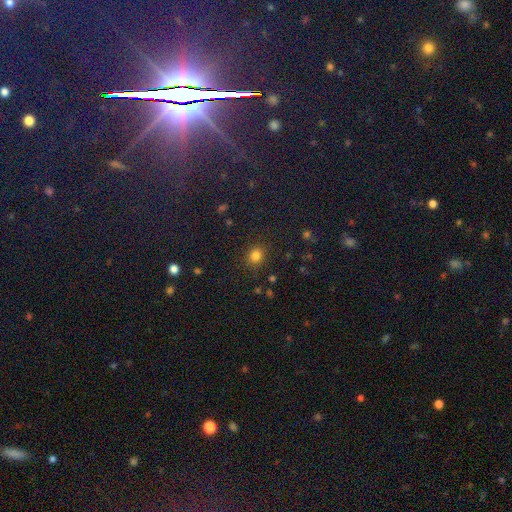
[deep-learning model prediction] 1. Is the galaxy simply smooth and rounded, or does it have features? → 80% smooth, 15% star or artifact, 5% featured or disk.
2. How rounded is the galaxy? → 79% round, 20% in between, 1% cigar-shaped.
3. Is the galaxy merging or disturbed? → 87% none, 8% minor disturbance, 3% major disturbance, 2% merger.